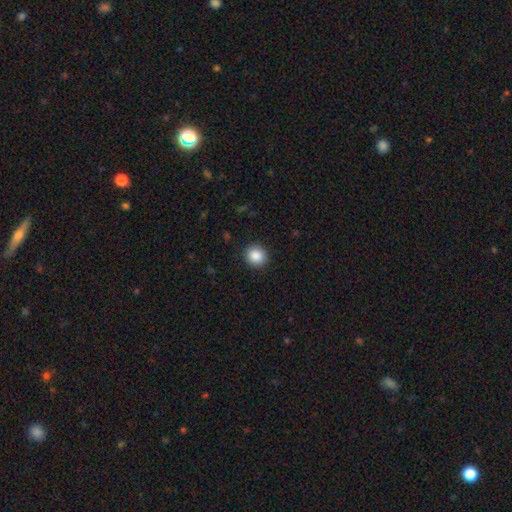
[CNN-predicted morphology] A smooth galaxy with no disk features (88%) that is round (89%). Merging: none (91%).